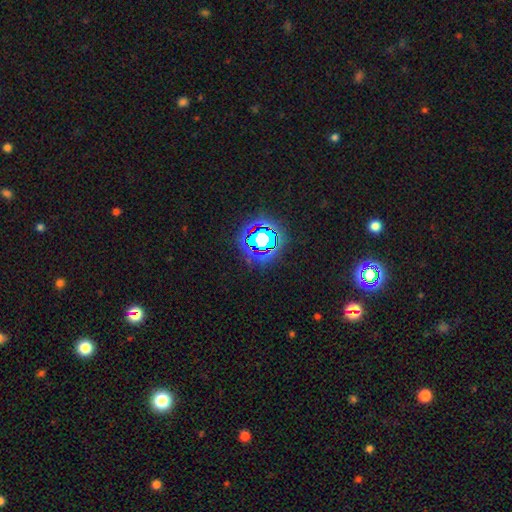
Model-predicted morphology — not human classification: type=star or artifact (80%).